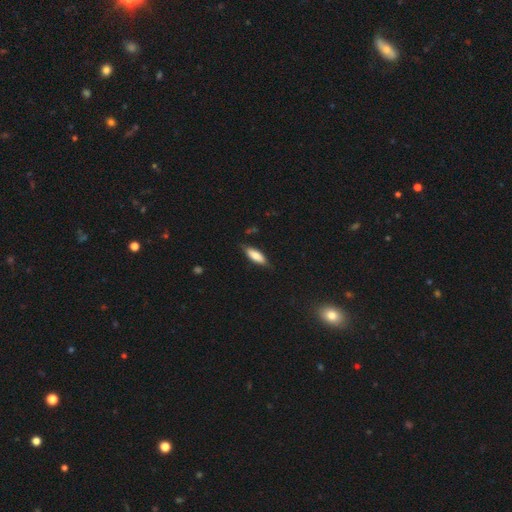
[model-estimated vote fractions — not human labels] This appears to be a smooth galaxy with no disk features (77%) that is in between round and cigar-shaped (61%). Merging: none (78%).